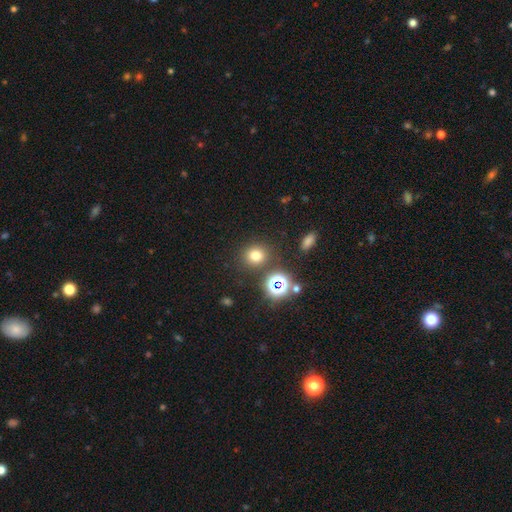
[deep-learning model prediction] This is likely a smooth galaxy (70%). How rounded: clearly round (82%). Merging: clearly none (83%).